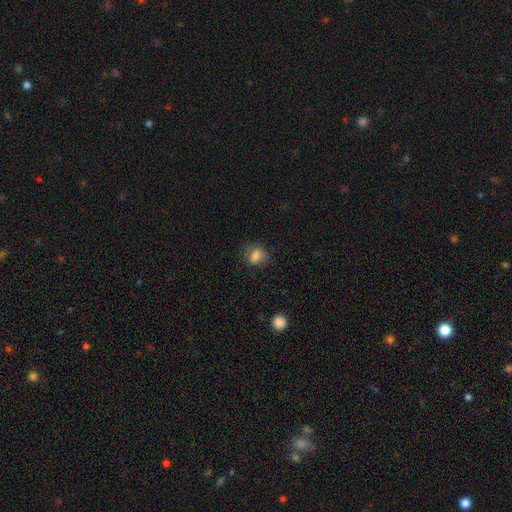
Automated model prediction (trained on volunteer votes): smooth-or-featured: smooth: 81% | star or artifact: 11% | featured or disk: 9%
  how-rounded: round: 52% | in between: 47% | cigar-shaped: 1%
  merging: none: 70% | minor disturbance: 20% | major disturbance: 8% | merger: 1%